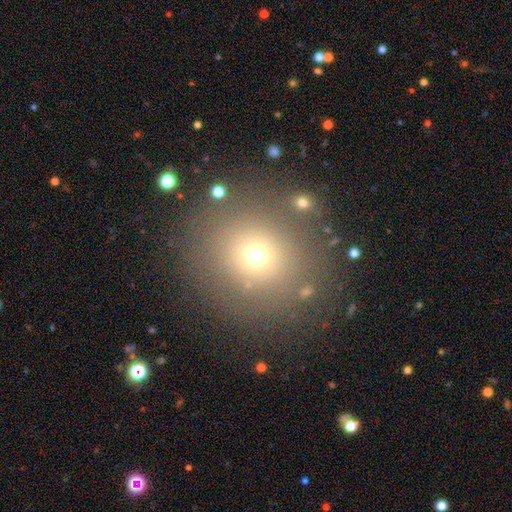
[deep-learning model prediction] A smooth galaxy with no disk features (66%) that is round (89%). Merging: none (84%).